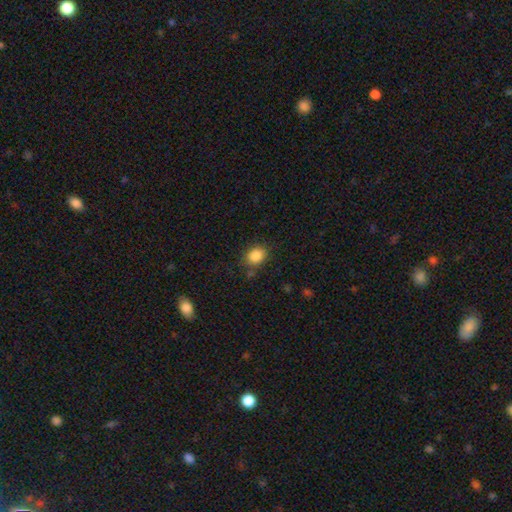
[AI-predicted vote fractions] Overall: smooth (86%). How rounded: round (52%; in between 47%). Merging: none (80%).